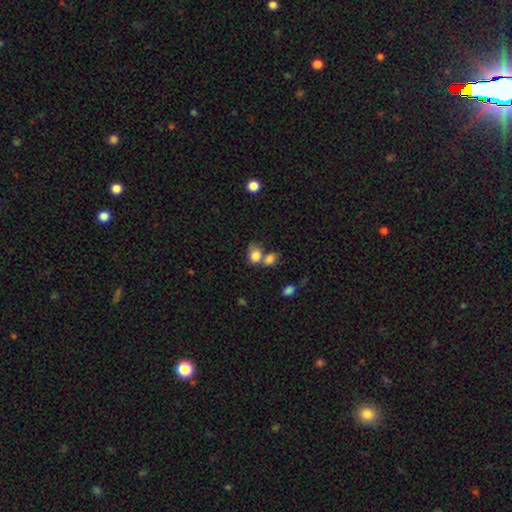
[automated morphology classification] A smooth galaxy with no disk features (82%) that is in between round and cigar-shaped (53%).

Vote fractions:
- Smooth or featured? smooth: 82% / star or artifact: 9% / featured or disk: 9%
- How rounded? in between: 53% / round: 46% / cigar-shaped: 1%
- Merging? merger: 52% / none: 31% / minor disturbance: 11% / major disturbance: 6%